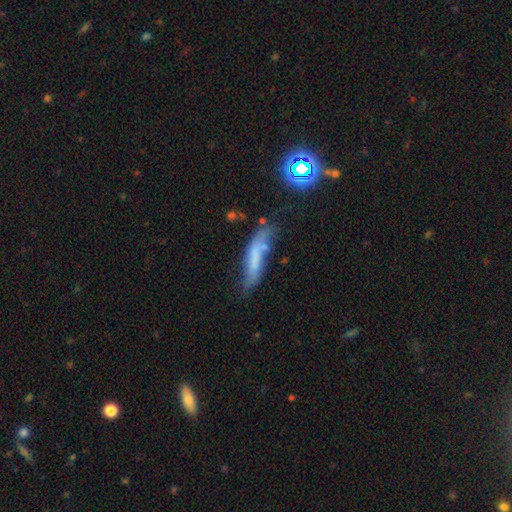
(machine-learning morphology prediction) The model was most divided on "merging": none: 45%, minor disturbance: 32%, major disturbance: 16%, merger: 7%. More confident: how rounded — cigar-shaped (77%); smooth or featured — smooth (52%).